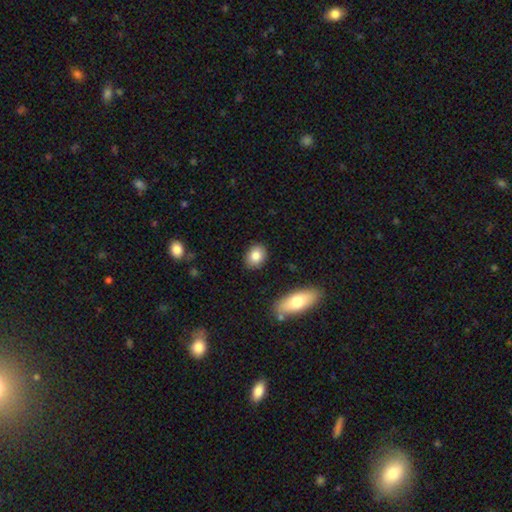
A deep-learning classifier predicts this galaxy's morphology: Smooth or featured?
  - smooth: 83% *
  - featured or disk: 9%
  - star or artifact: 8%
How rounded?
  - in between: 58% *
  - round: 40%
  - cigar-shaped: 2%
Merging?
  - none: 87% *
  - minor disturbance: 9%
  - major disturbance: 2%
  - merger: 2%